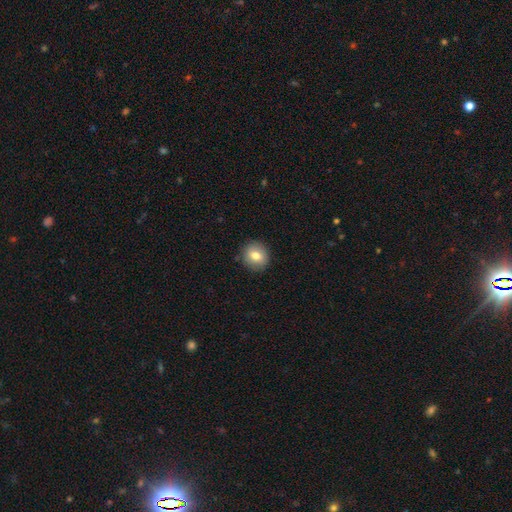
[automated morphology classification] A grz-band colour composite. It shows a smooth galaxy with no disk features (78%) that is round (85%). Merging: none (90%).